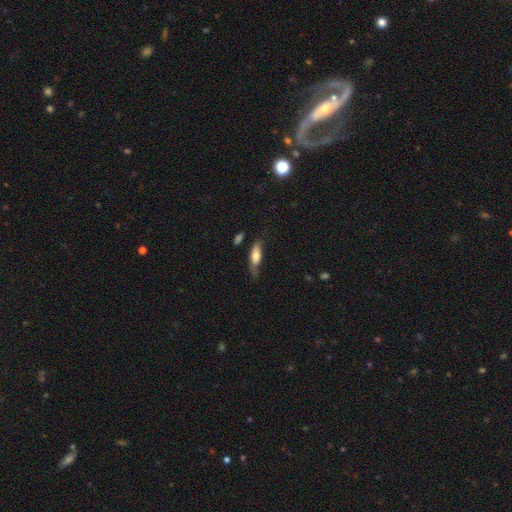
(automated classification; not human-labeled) Morphology: type=smooth (68%); roundness=in between (53%); merging=none (50%).